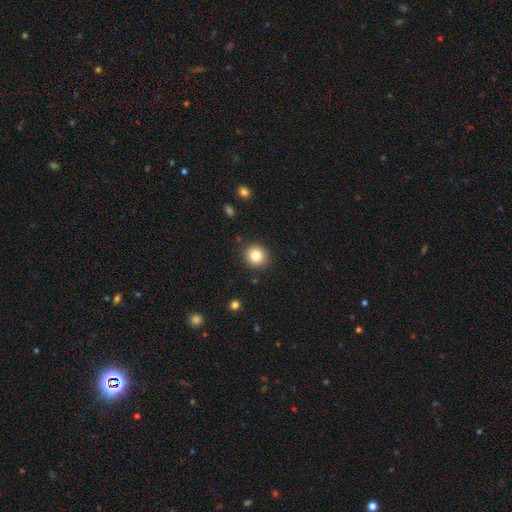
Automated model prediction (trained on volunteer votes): smooth_or_featured: smooth (p=0.82) [alt: star or artifact p=0.10]
how_rounded: round (p=0.87) [alt: in between p=0.12]
merging: none (p=0.89) [alt: minor disturbance p=0.07]